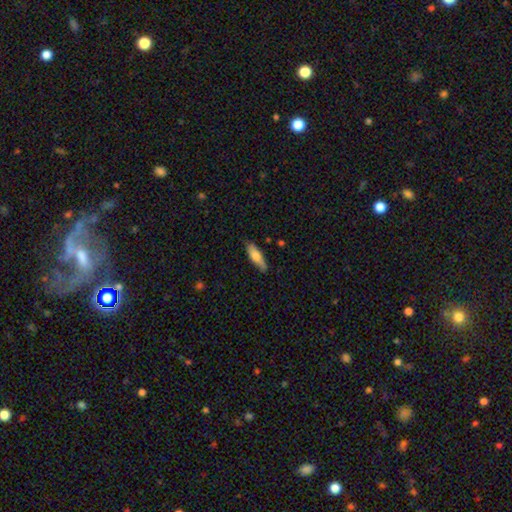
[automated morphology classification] Smooth or featured?
  - smooth: 71% *
  - featured or disk: 23%
  - star or artifact: 6%
How rounded?
  - cigar-shaped: 54% *
  - in between: 44%
  - round: 2%
Merging?
  - none: 81% *
  - minor disturbance: 15%
  - major disturbance: 2%
  - merger: 1%